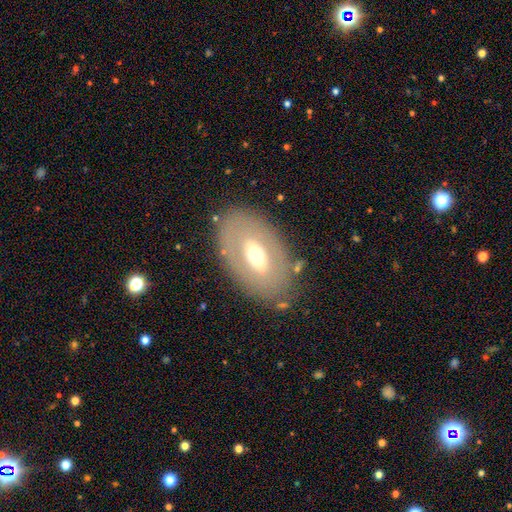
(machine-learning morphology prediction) type=featured or disk (50%); edge-on=no (86%); merging=none (79%).